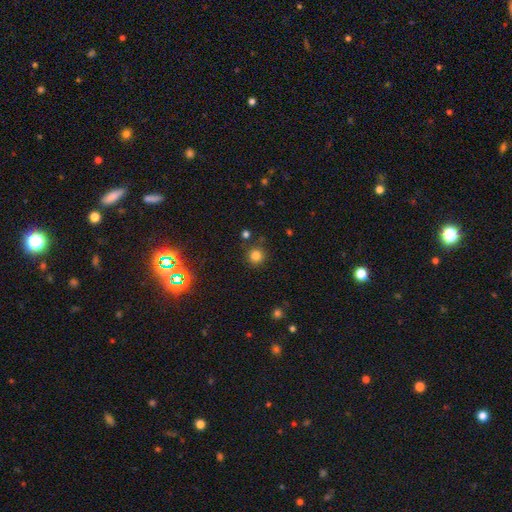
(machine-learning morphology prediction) A smooth galaxy with no disk features (78%) that is round (94%).

Vote fractions:
- Smooth or featured? smooth: 78% / star or artifact: 17% / featured or disk: 5%
- How rounded? round: 94% / in between: 6% / cigar-shaped: 1%
- Merging? none: 84% / minor disturbance: 8% / merger: 4% / major disturbance: 3%